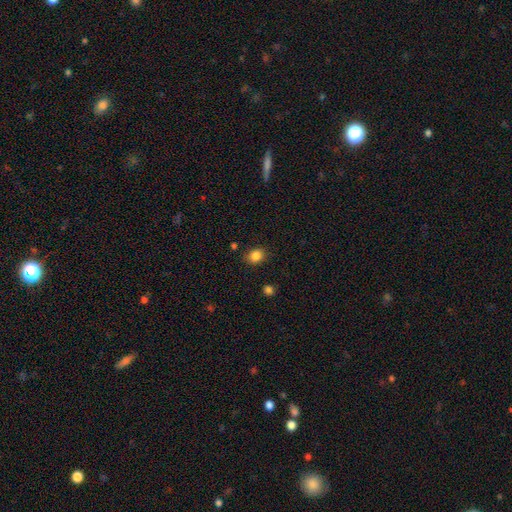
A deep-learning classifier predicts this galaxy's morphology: The model was most divided on "how rounded": round: 54%, in between: 45%, cigar-shaped: 1%. More confident: smooth or featured — smooth (85%); merging — none (83%).